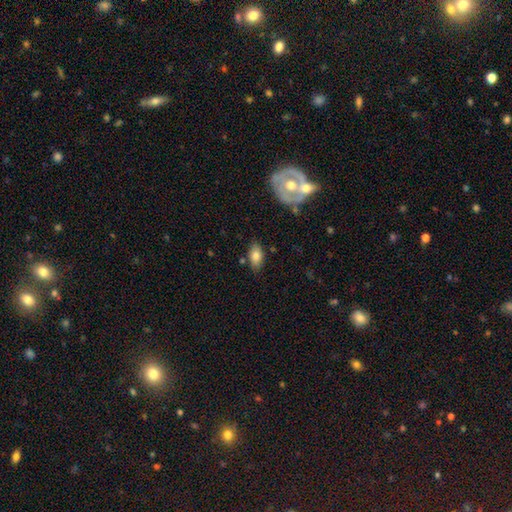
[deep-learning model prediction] Smooth or featured?
  - smooth: 76% *
  - featured or disk: 16%
  - star or artifact: 7%
How rounded?
  - in between: 90% *
  - cigar-shaped: 5%
  - round: 4%
Merging?
  - none: 79% *
  - minor disturbance: 14%
  - merger: 4%
  - major disturbance: 3%